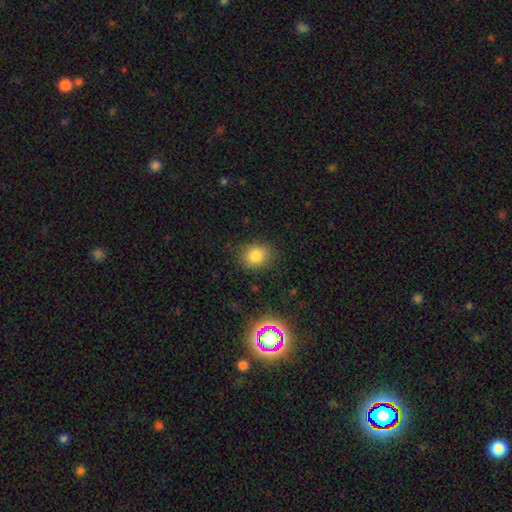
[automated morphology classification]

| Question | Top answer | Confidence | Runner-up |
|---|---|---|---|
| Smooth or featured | smooth | 81% | star or artifact (13%) |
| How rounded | round | 60% | in between (39%) |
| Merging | none | 83% | minor disturbance (12%) |